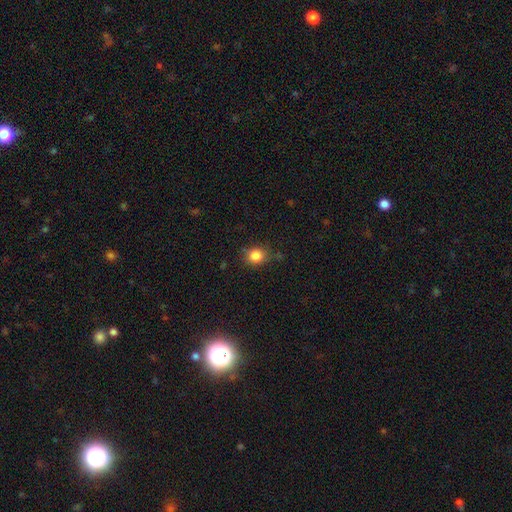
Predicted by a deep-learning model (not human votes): A smooth galaxy with no disk features (84%) that is round (76%). Merging: none (79%).